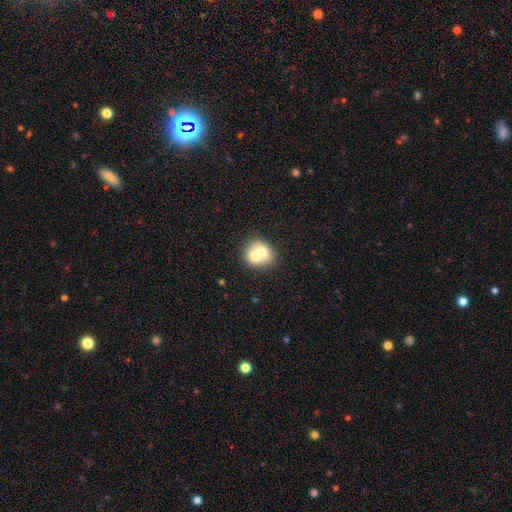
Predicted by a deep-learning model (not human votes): A smooth galaxy with no disk features (66%) that is round (75%). Merging: merger (60%).